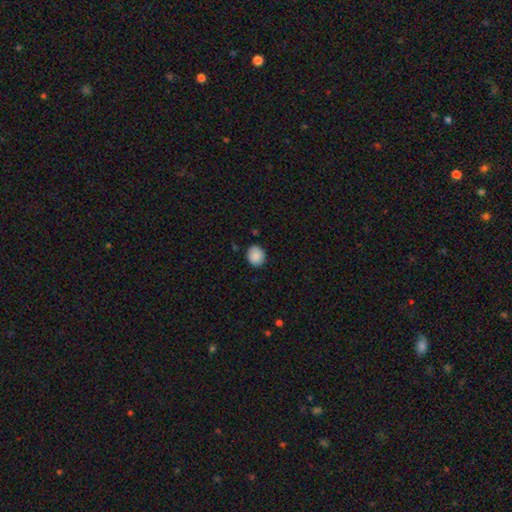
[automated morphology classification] smooth-or-featured: smooth: 87% | star or artifact: 8% | featured or disk: 5%
  how-rounded: round: 71% | in between: 28% | cigar-shaped: 1%
  merging: none: 84% | minor disturbance: 12% | major disturbance: 2% | merger: 1%